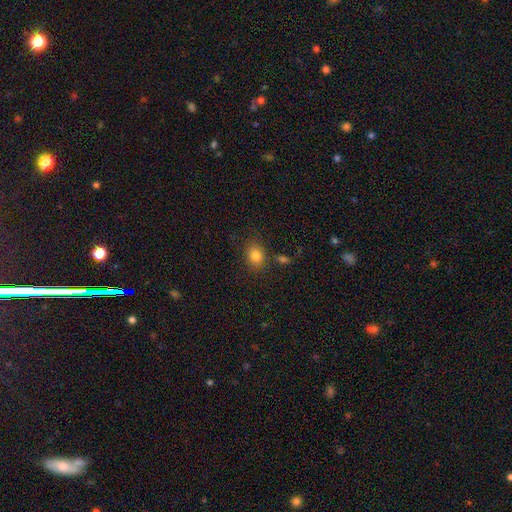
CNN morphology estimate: This appears to be a smooth galaxy with no disk features (81%) that is in between round and cigar-shaped (51%). Merging: none (79%).